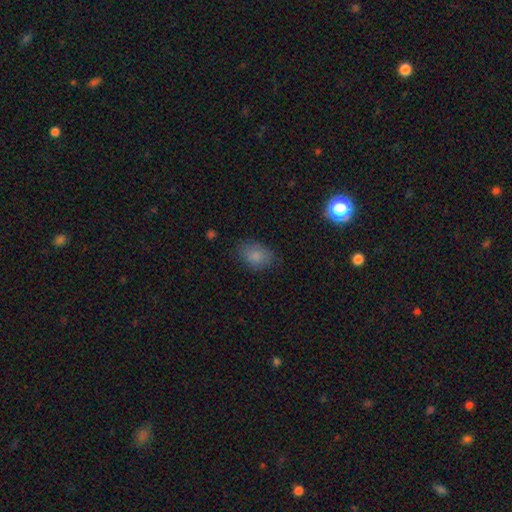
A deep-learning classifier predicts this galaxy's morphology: A smooth galaxy with no disk features (82%) that is in between round and cigar-shaped (74%).

Vote fractions:
- Smooth or featured? smooth: 82% / star or artifact: 10% / featured or disk: 7%
- How rounded? in between: 74% / round: 25% / cigar-shaped: 1%
- Merging? none: 75% / minor disturbance: 19% / major disturbance: 5% / merger: 1%